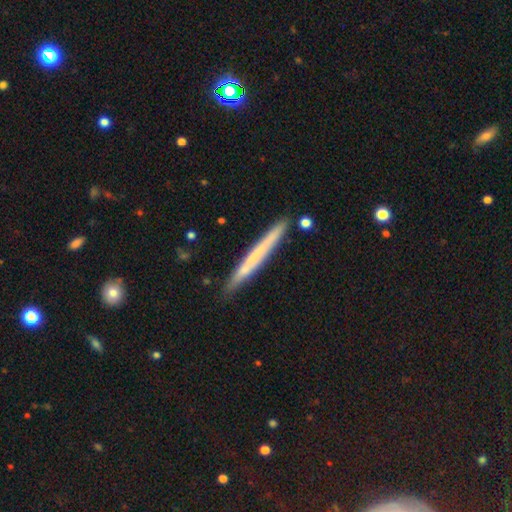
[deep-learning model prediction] Smooth or featured: smooth — 52% (featured or disk — 43%)
How rounded: cigar-shaped — 97% (in between — 2%)
Merging: none — 86% (minor disturbance — 10%)